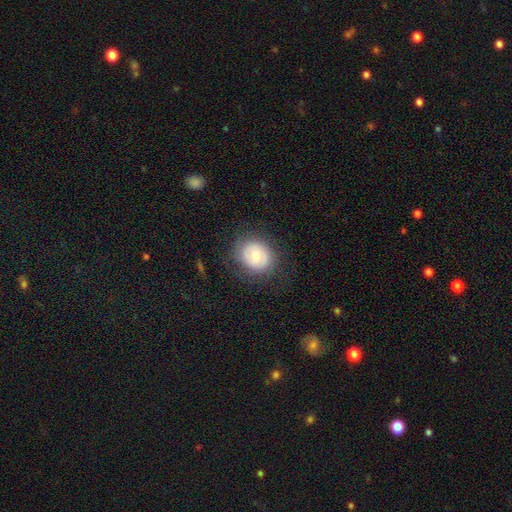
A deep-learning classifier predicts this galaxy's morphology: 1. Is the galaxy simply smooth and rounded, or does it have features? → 52% smooth, 40% featured or disk, 8% star or artifact.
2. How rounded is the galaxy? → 65% round, 34% in between, 1% cigar-shaped.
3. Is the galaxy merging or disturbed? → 78% none, 15% minor disturbance, 7% major disturbance, 1% merger.